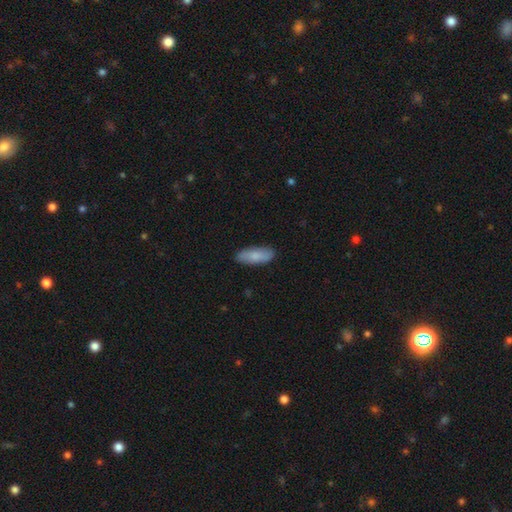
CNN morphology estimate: Smooth or featured? smooth (83%)
How rounded? in between (74%)
Merging? none (87%)